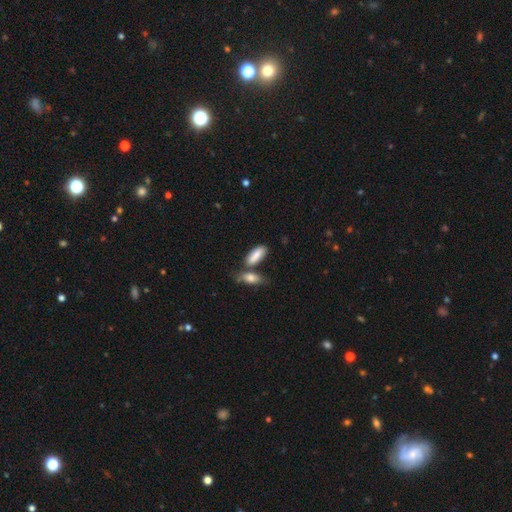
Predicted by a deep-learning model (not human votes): Morphology: type=smooth (83%); roundness=in between (74%); merging=none (52%).